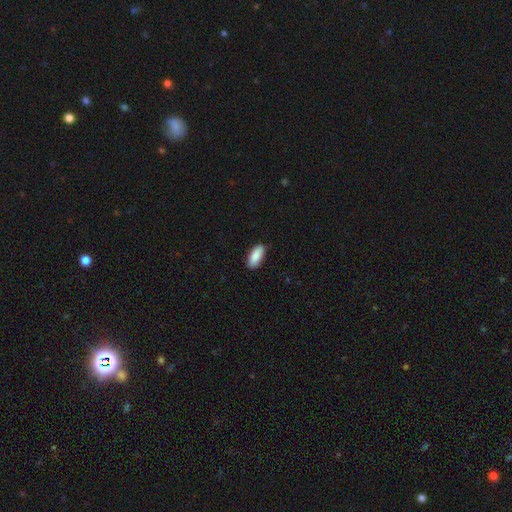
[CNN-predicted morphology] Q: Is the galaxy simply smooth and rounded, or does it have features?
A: smooth — 89%.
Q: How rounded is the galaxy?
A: in between — 85%.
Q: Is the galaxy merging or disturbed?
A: none — 87%.